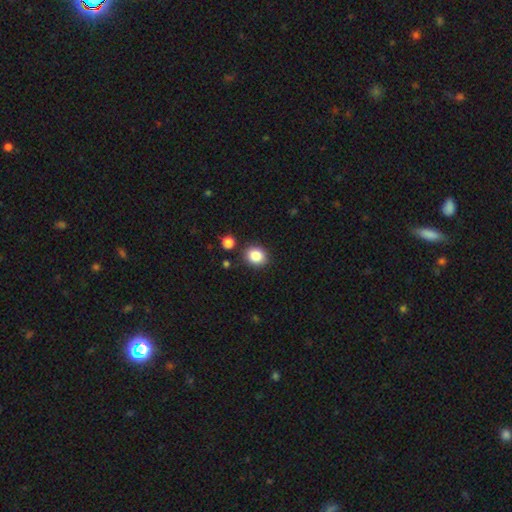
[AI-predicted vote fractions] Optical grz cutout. It shows a smooth galaxy with no disk features (86%) that is round (69%). Merging: none (84%).